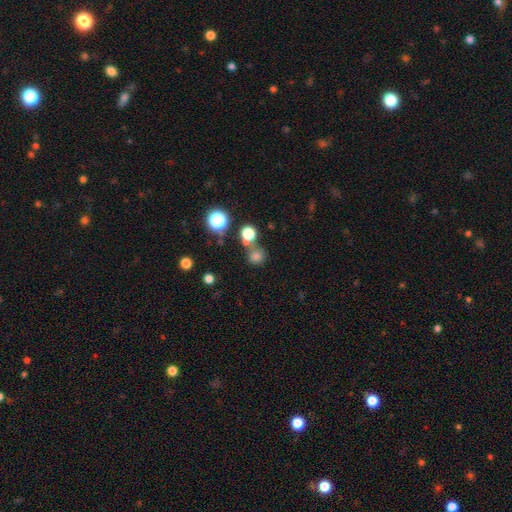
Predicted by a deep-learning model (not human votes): Smooth or featured: smooth — 71% (star or artifact — 22%)
How rounded: round — 85% (in between — 14%)
Merging: none — 60% (merger — 25%)